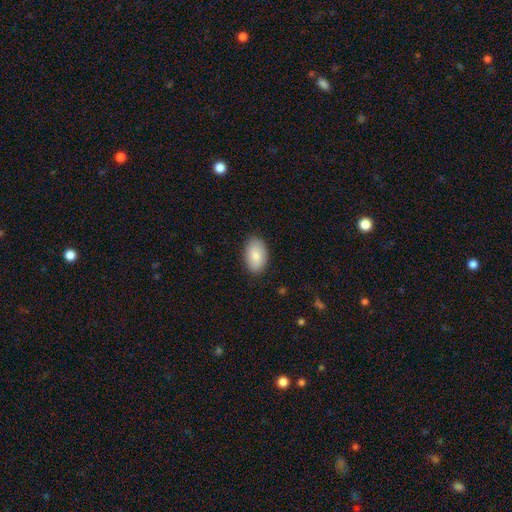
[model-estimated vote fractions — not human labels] The model was most divided on "merging": none: 85%, minor disturbance: 11%, major disturbance: 2%, merger: 1%. More confident: how rounded — in between (92%); smooth or featured — smooth (84%).